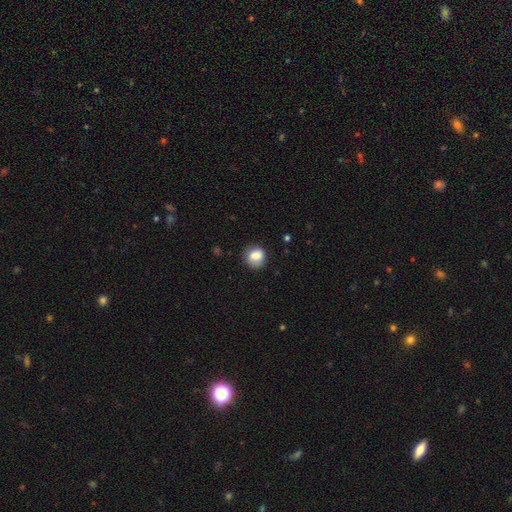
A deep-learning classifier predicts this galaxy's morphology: Smooth or featured? smooth (83%)
How rounded? round (77%)
Merging? none (71%)